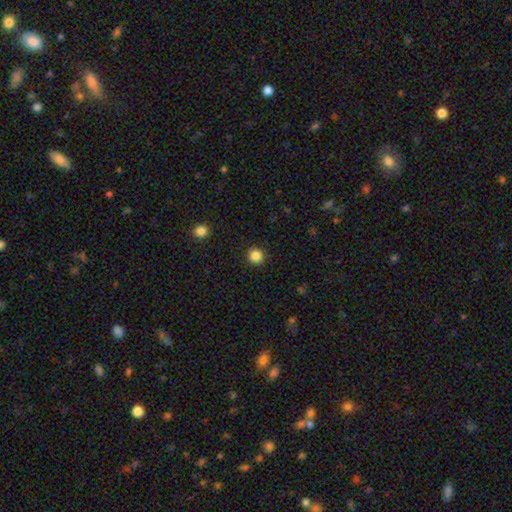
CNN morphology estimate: type=smooth (85%); roundness=round (93%); merging=none (92%).